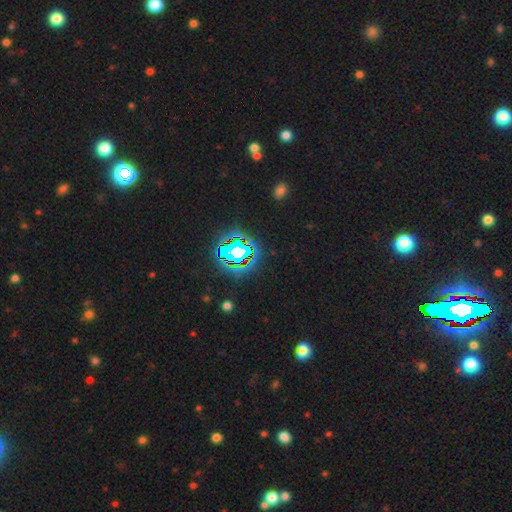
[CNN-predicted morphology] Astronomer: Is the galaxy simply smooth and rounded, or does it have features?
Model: star or artifact — 82%.